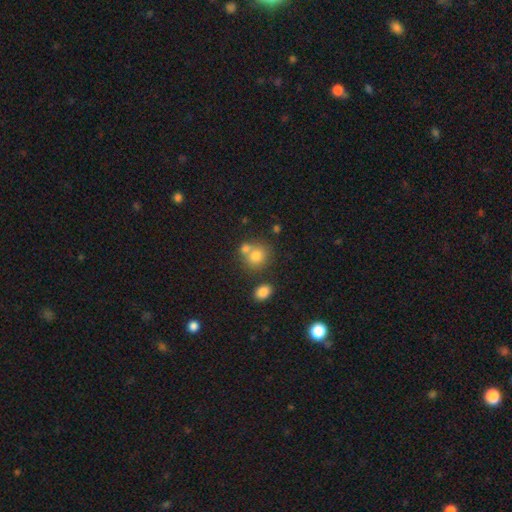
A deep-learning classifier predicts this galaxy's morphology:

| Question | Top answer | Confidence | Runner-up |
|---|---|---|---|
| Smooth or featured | smooth | 77% | featured or disk (12%) |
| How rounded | round | 79% | in between (20%) |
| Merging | none | 49% | merger (36%) |